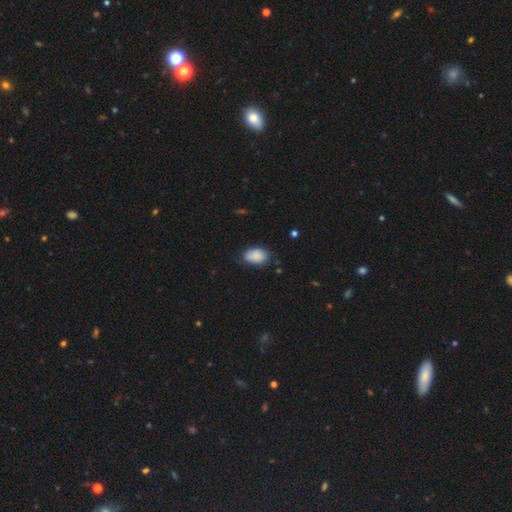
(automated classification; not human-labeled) This is clearly a smooth galaxy (85%). How rounded: clearly in between (86%). Merging: likely none (67%).